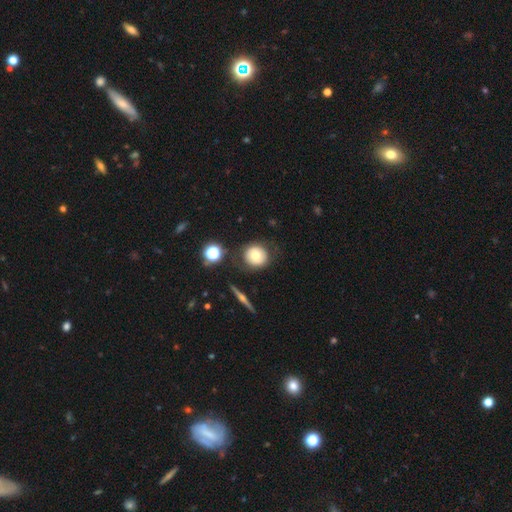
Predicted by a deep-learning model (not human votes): This is likely a smooth galaxy (63%). How rounded: clearly round (88%). Merging: clearly none (81%).